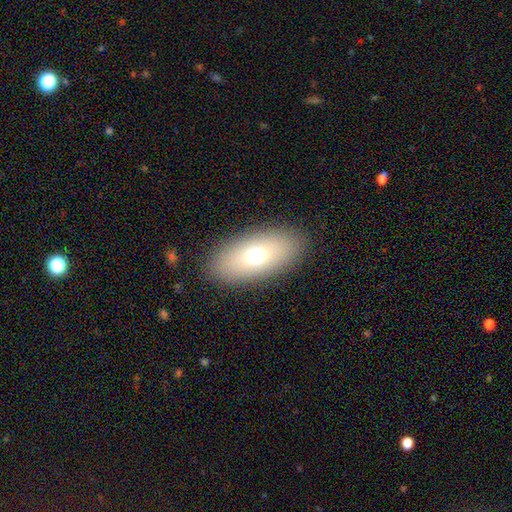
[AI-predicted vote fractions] smooth 67%, featured or disk 22%, star or artifact 11%. Down the decision tree: how rounded — in between (88%); merging — none (87%).